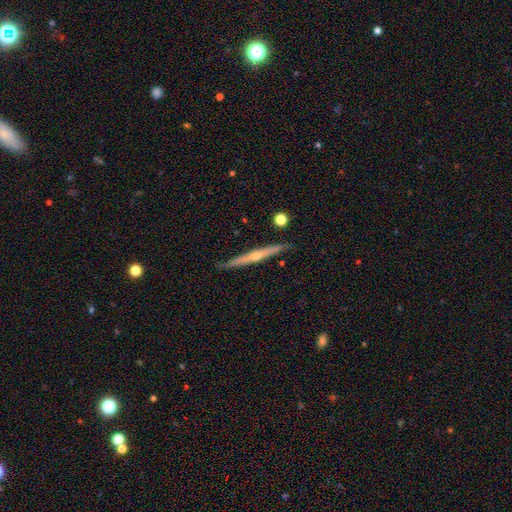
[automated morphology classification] Overall: featured or disk (77%). Edge-on disk: yes (98%). Edge-on bulge: rounded (82%). Merging: none (89%).